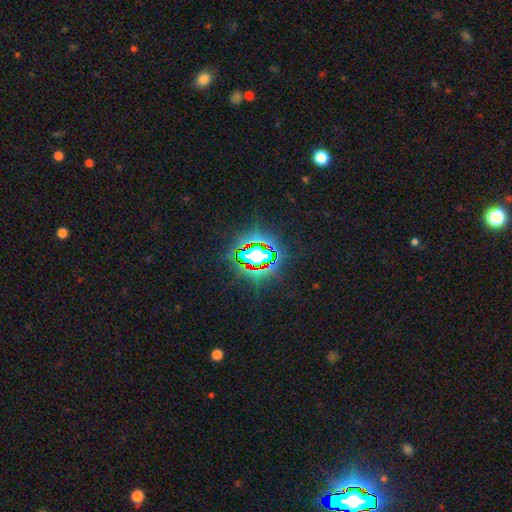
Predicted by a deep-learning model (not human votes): Morphology: type=star or artifact (75%).